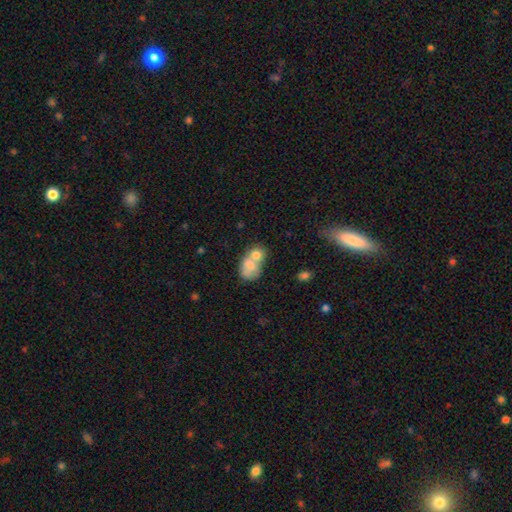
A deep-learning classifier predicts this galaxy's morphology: A smooth galaxy with no disk features (69%) that is in between round and cigar-shaped (55%). Merging: merger (69%).